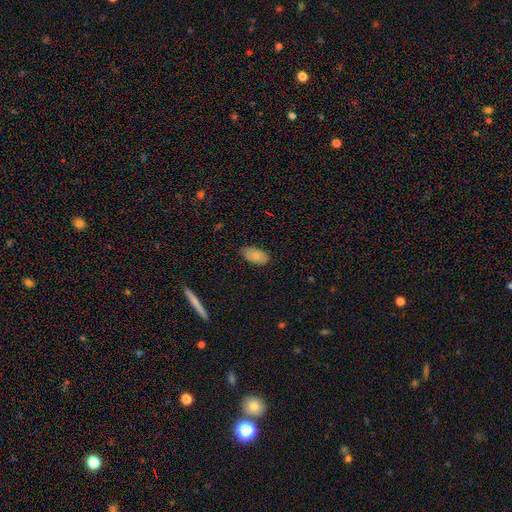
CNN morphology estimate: smooth 74%, featured or disk 18%, star or artifact 7%. Down the decision tree: how rounded — in between (93%); merging — none (76%).